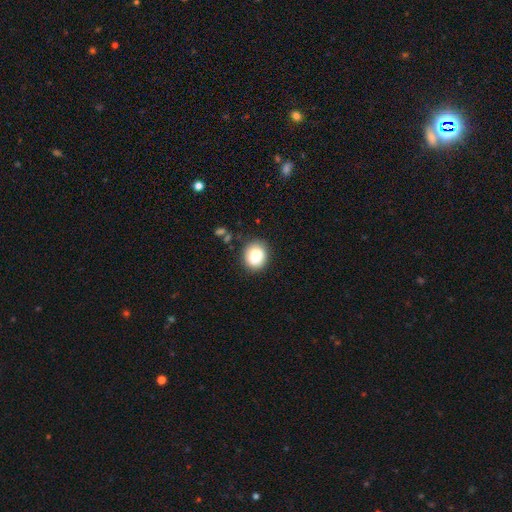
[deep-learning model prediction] Smooth or featured: smooth — 85% (star or artifact — 9%)
How rounded: round — 74% (in between — 25%)
Merging: none — 80% (minor disturbance — 14%)